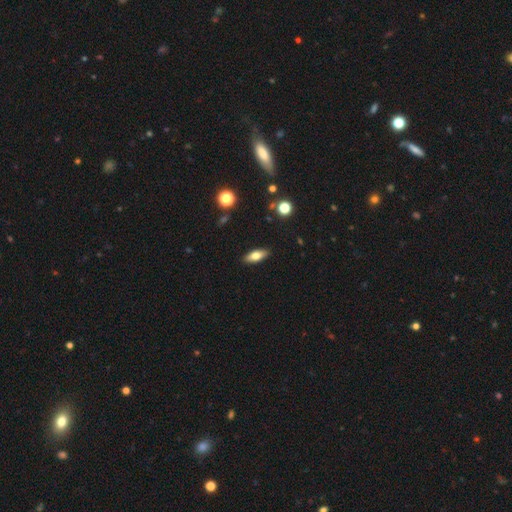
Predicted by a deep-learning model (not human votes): smooth_or_featured: smooth (p=0.71) [alt: featured or disk p=0.22]
how_rounded: in between (p=0.72) [alt: cigar-shaped p=0.25]
merging: none (p=0.89) [alt: minor disturbance p=0.08]